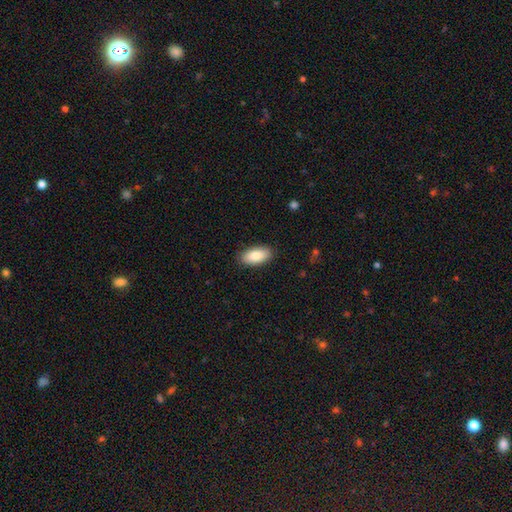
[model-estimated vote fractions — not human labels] Smooth or featured? Predicted: smooth (p=0.85). How rounded? Predicted: in between (p=0.93). Merging? Predicted: none (p=0.88).